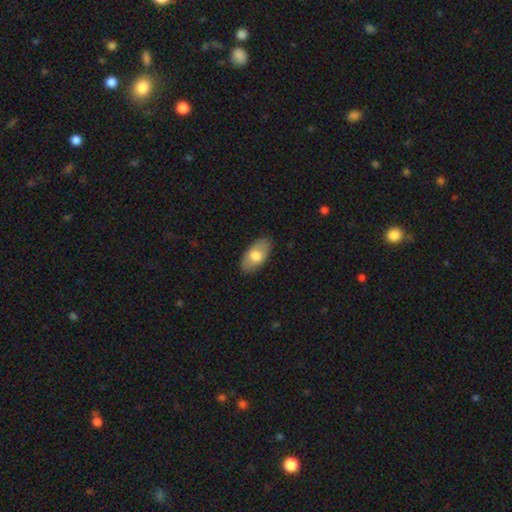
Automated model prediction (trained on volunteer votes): smooth 71%, featured or disk 23%, star or artifact 6%. Down the decision tree: how rounded — in between (94%); merging — none (84%).